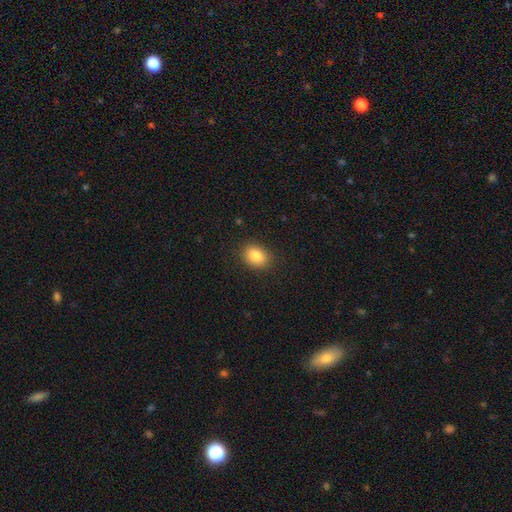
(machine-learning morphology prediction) smooth 84%, star or artifact 9%, featured or disk 7%. Down the decision tree: how rounded — in between (62%); merging — none (88%).